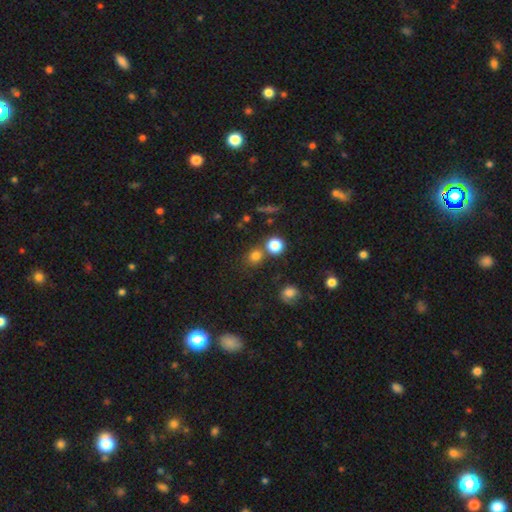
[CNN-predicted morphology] smooth 76%, star or artifact 17%, featured or disk 7%. Down the decision tree: how rounded — round (84%); merging — none (67%).